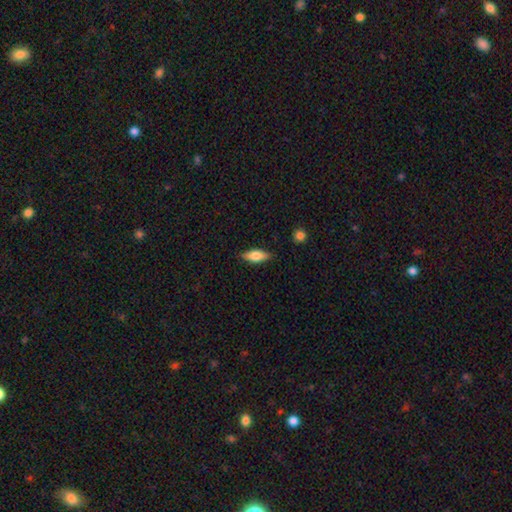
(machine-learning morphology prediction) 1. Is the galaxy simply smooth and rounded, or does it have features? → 69% smooth, 25% featured or disk, 7% star or artifact.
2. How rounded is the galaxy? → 71% in between, 26% cigar-shaped, 3% round.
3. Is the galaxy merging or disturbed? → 85% none, 12% minor disturbance, 2% major disturbance, 1% merger.